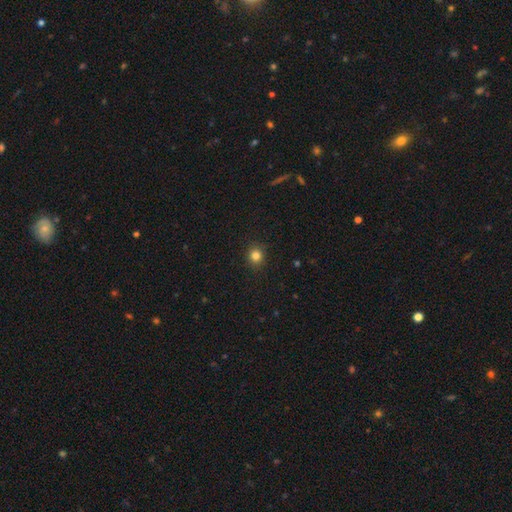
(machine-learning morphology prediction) The model was most divided on "how rounded": round: 84%, in between: 15%, cigar-shaped: 1%. More confident: merging — none (90%); smooth or featured — smooth (83%).